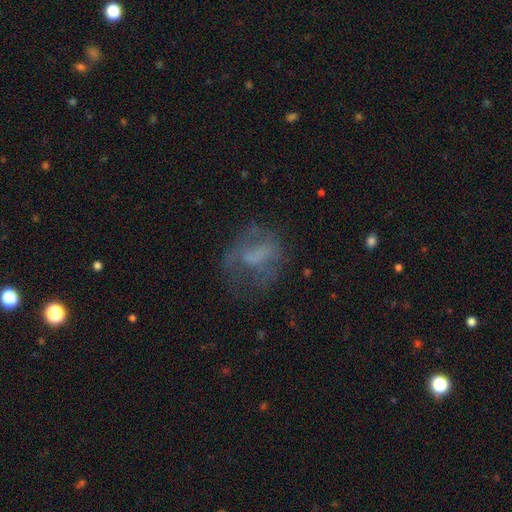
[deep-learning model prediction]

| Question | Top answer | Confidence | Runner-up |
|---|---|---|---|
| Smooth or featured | featured or disk | 42% | smooth (41%) |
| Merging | none | 48% | major disturbance (28%) |